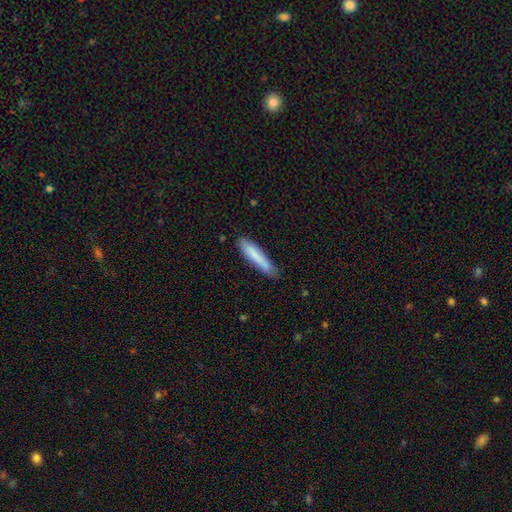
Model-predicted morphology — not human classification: Smooth or featured: smooth — 80% (featured or disk — 15%)
How rounded: cigar-shaped — 88% (in between — 11%)
Merging: none — 80% (minor disturbance — 16%)